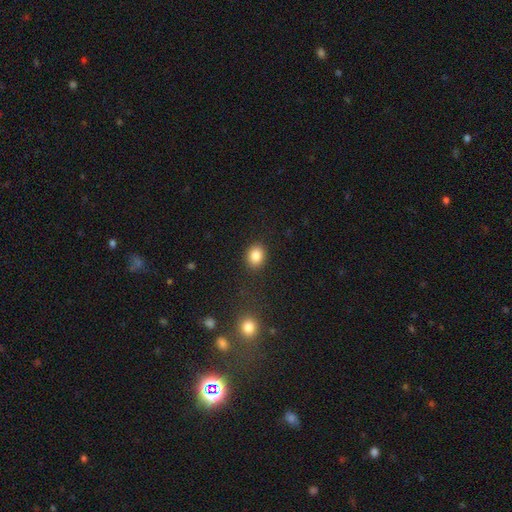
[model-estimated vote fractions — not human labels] smooth-or-featured: smooth: 85% | star or artifact: 10% | featured or disk: 5%
  how-rounded: round: 57% | in between: 42% | cigar-shaped: 1%
  merging: none: 88% | minor disturbance: 8% | major disturbance: 3% | merger: 2%